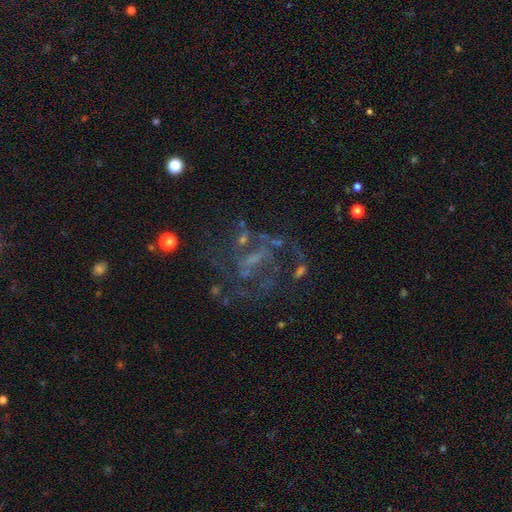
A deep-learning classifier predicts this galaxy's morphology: The model was most divided on "bar": no: 44%, weak: 37%, strong: 19%. Remaining: edge-on disk — no (97%); spiral arms — yes (66%); smooth or featured — featured or disk (64%); merging — none (51%); bulge size — none (47%).